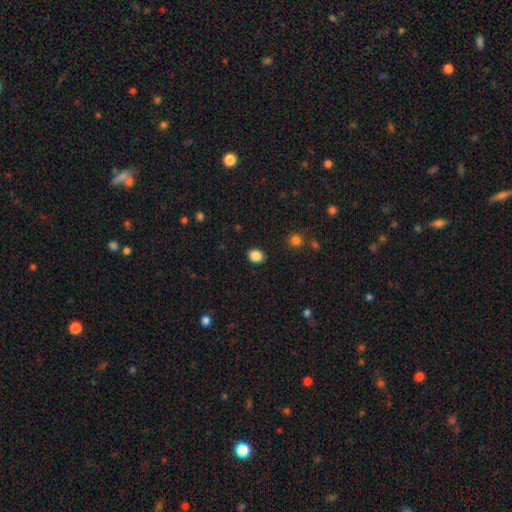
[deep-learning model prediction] This appears to be a smooth galaxy with no disk features (87%) that is in between round and cigar-shaped (50%). Merging: none (89%).